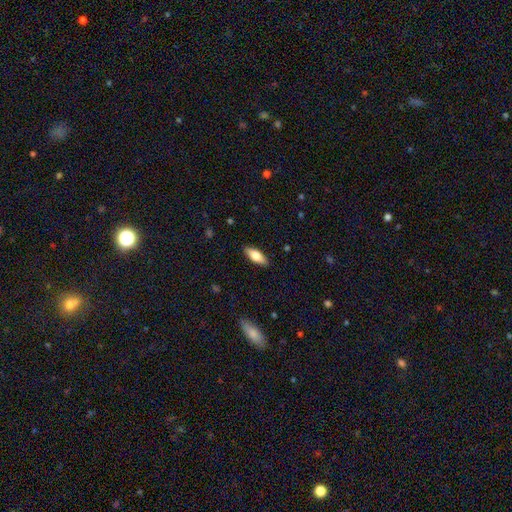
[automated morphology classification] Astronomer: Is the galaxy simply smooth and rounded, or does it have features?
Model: smooth — 75%.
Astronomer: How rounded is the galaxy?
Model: in between — 75%.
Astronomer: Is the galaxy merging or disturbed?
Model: none — 89%.